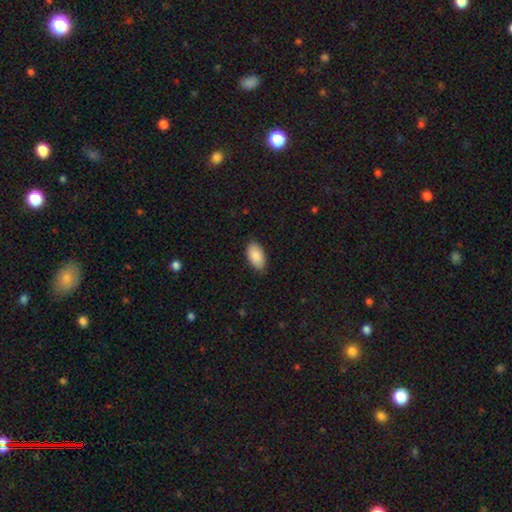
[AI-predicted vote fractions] Overall: smooth (88%). How rounded: in between (95%). Merging: none (84%).